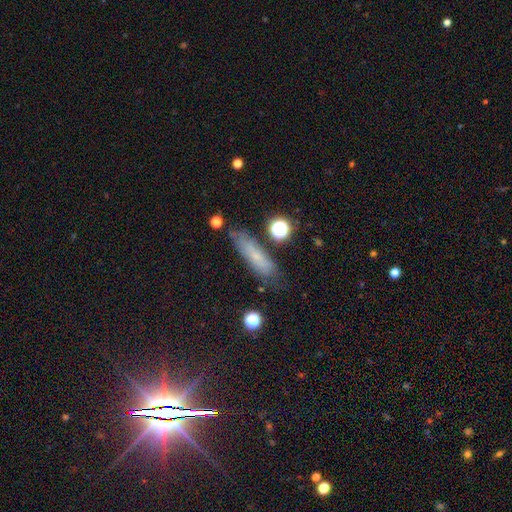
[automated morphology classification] type=smooth (57%); roundness=cigar-shaped (64%); merging=none (76%).